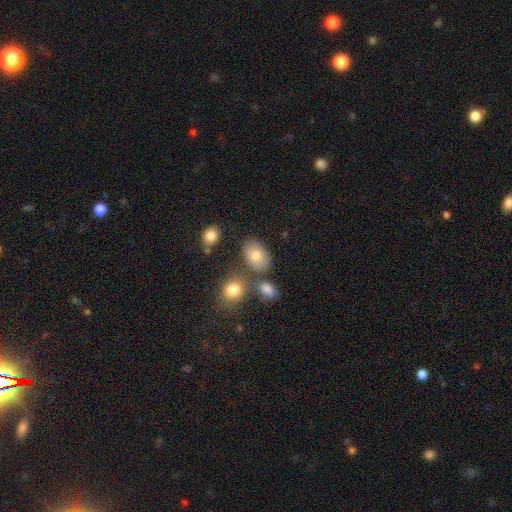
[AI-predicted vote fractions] A smooth galaxy with no disk features (78%) that is in between round and cigar-shaped (83%).

Vote fractions:
- Smooth or featured? smooth: 78% / featured or disk: 13% / star or artifact: 9%
- How rounded? in between: 83% / round: 16% / cigar-shaped: 1%
- Merging? none: 67% / minor disturbance: 14% / merger: 14% / major disturbance: 5%